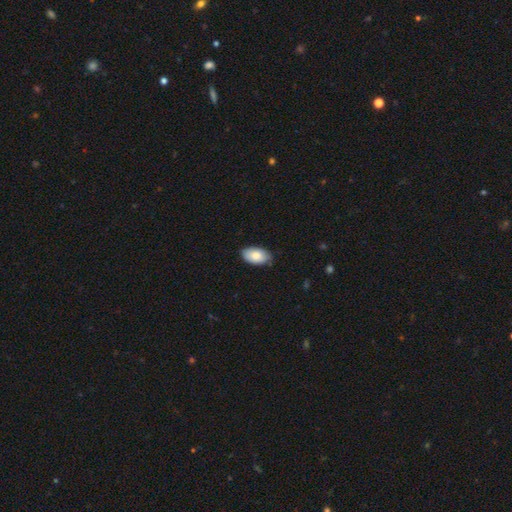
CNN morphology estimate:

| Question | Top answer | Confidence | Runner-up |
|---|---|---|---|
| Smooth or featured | smooth | 84% | featured or disk (10%) |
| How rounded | in between | 95% | round (4%) |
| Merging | none | 81% | minor disturbance (16%) |